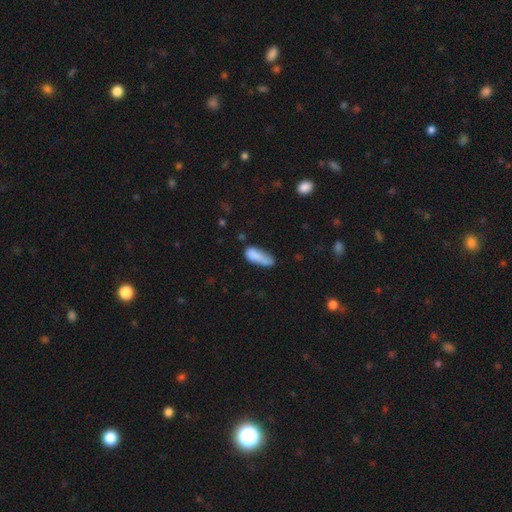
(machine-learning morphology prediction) Smooth or featured: smooth — 80% (featured or disk — 11%)
How rounded: in between — 64% (cigar-shaped — 34%)
Merging: none — 38% (minor disturbance — 33%)